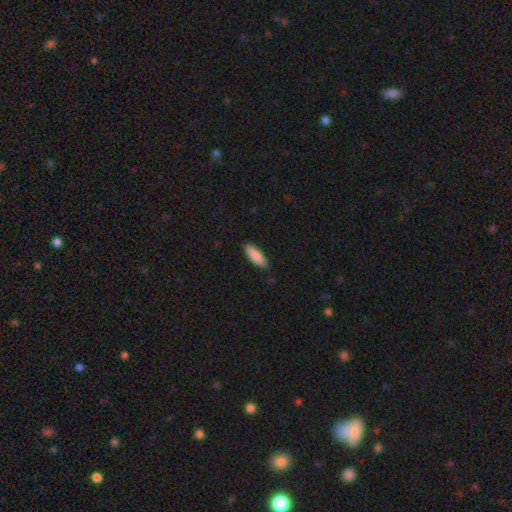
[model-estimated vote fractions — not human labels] Smooth or featured?
  - smooth: 88% *
  - featured or disk: 7%
  - star or artifact: 6%
How rounded?
  - cigar-shaped: 52% *
  - in between: 46%
  - round: 1%
Merging?
  - none: 87% *
  - minor disturbance: 10%
  - major disturbance: 2%
  - merger: 1%